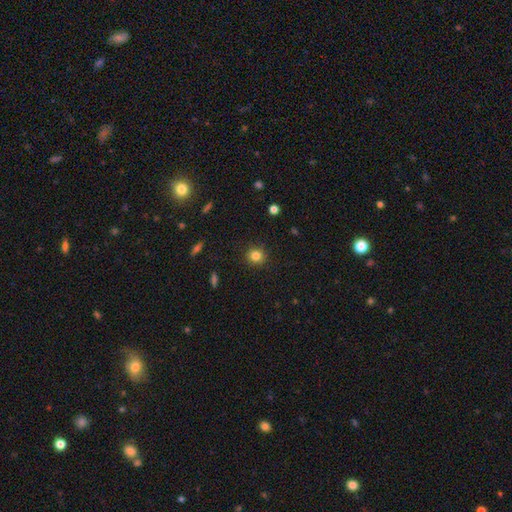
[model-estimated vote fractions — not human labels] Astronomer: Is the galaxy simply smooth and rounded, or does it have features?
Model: smooth — 83%.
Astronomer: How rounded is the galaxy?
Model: round — 90%.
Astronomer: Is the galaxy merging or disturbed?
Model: none — 91%.